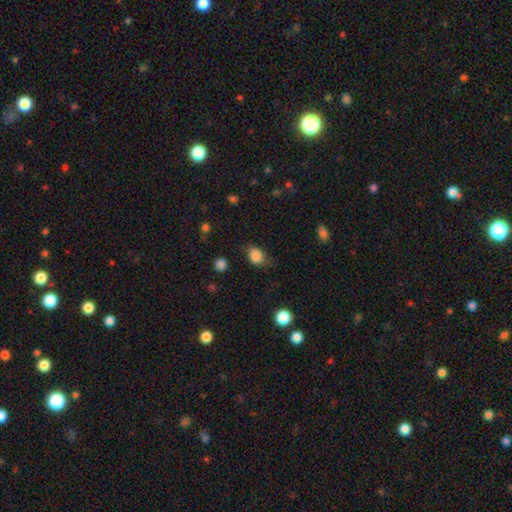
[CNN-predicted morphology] The model was most divided on "how rounded": in between: 56%, round: 42%, cigar-shaped: 1%. More confident: smooth or featured — smooth (84%); merging — none (67%).